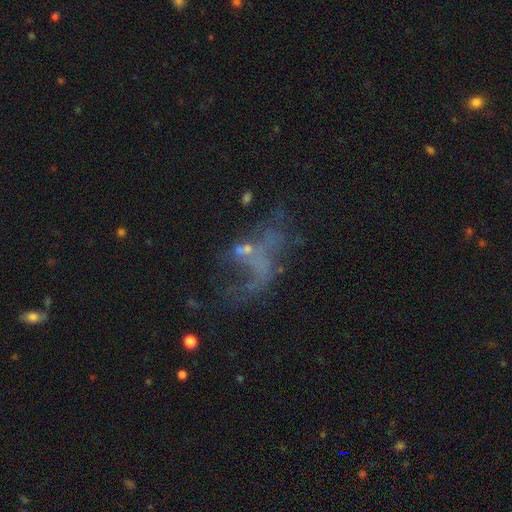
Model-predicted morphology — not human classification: smooth_or_featured: featured or disk (p=0.59) [alt: star or artifact p=0.22]
disk_edge_on: no (p=0.96) [alt: yes p=0.04]
bar: no (p=0.83) [alt: weak p=0.13]
has_spiral_arms: no (p=0.75) [alt: yes p=0.25]
bulge_size: none (p=0.63) [alt: small p=0.26]
merging: major disturbance (p=0.44) [alt: none p=0.29]